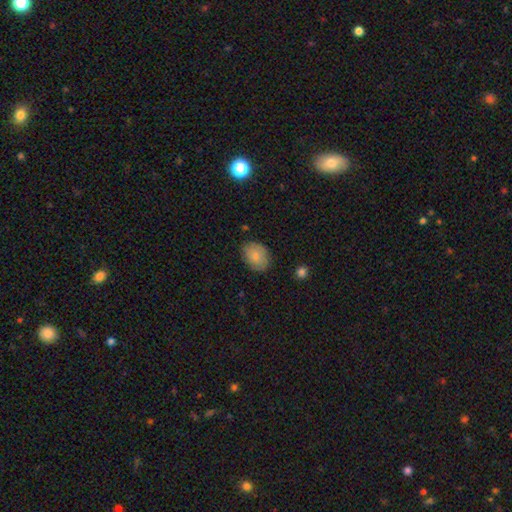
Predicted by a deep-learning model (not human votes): Smooth or featured: smooth — 80% (featured or disk — 13%)
How rounded: in between — 71% (round — 28%)
Merging: none — 79% (minor disturbance — 17%)